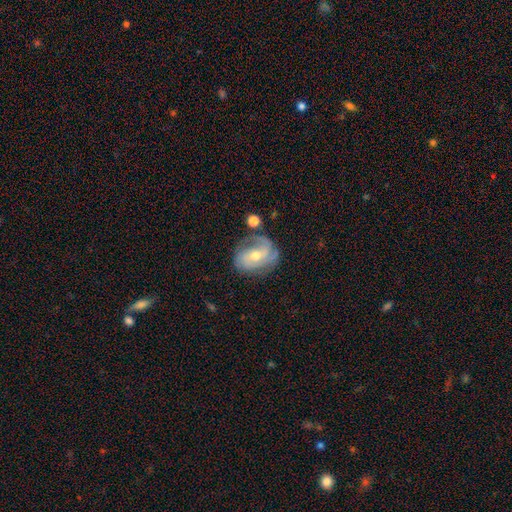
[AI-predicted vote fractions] The model was most divided on "spiral winding": tight: 42%, medium: 40%, loose: 18%. Remaining: edge-on disk — no (97%); spiral arms — yes (92%); smooth or featured — featured or disk (79%); merging — none (60%); bulge size — moderate (56%); bar — no (52%); spiral arm count — 2 (33%).